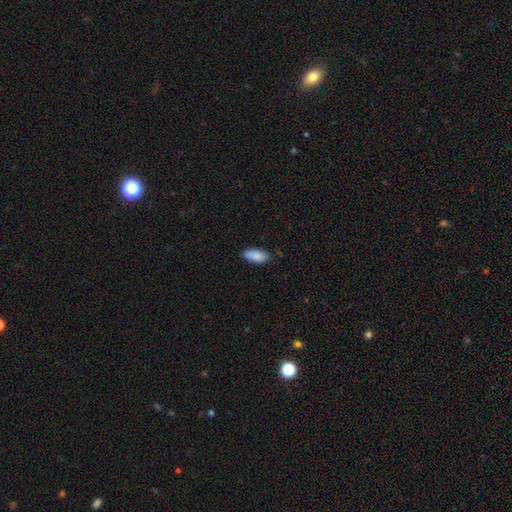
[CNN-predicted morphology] Smooth or featured? Predicted: smooth (p=0.88). How rounded? Predicted: in between (p=0.89). Merging? Predicted: none (p=0.85).